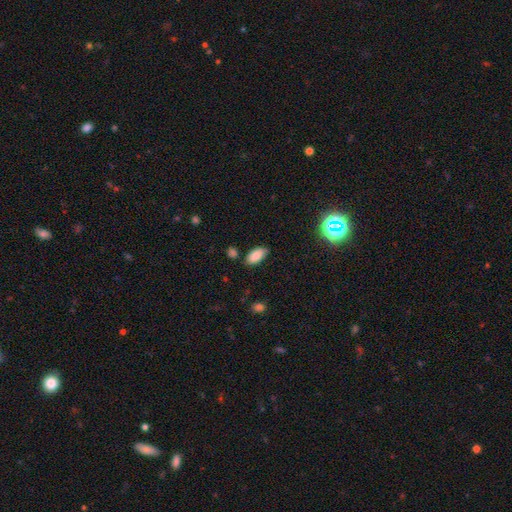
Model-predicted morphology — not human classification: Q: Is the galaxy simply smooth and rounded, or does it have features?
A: smooth — 85%.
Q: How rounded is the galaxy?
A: in between — 92%.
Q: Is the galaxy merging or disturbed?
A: none — 77%.